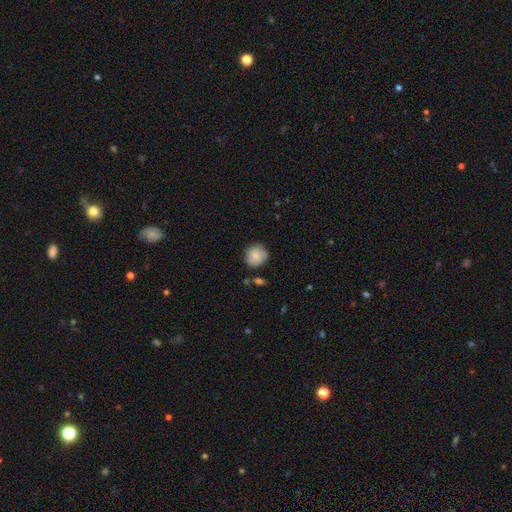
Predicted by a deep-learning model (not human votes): This appears to be a smooth galaxy with no disk features (84%) that is round (87%). Merging: none (77%).